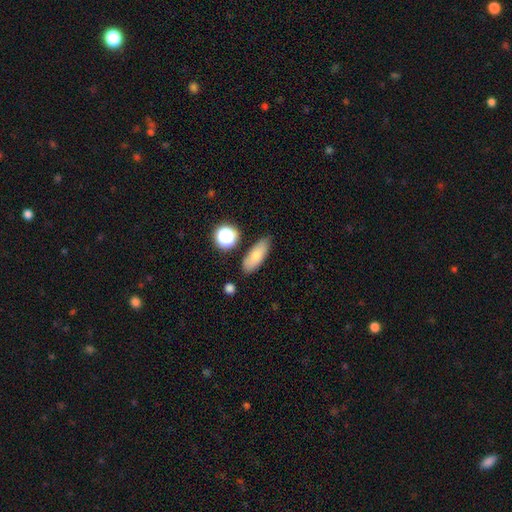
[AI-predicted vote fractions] A smooth galaxy with no disk features (76%) that is in between round and cigar-shaped (69%).

Vote fractions:
- Smooth or featured? smooth: 76% / featured or disk: 15% / star or artifact: 9%
- How rounded? in between: 69% / cigar-shaped: 25% / round: 6%
- Merging? none: 79% / minor disturbance: 13% / merger: 4% / major disturbance: 3%